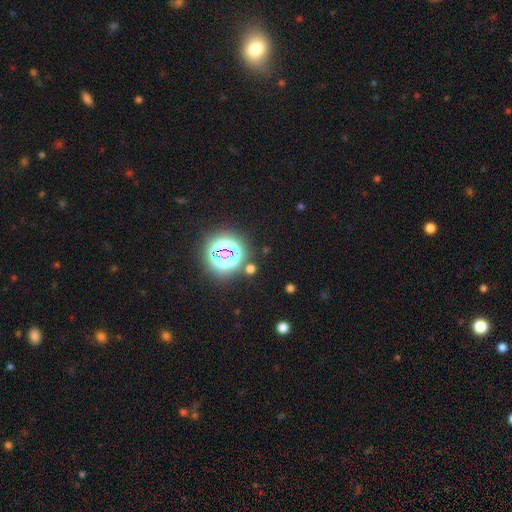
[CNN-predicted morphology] Smooth or featured? star or artifact (82%)